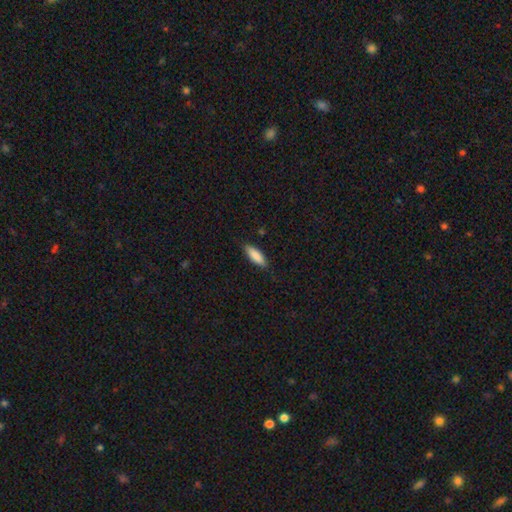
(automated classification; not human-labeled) This is clearly a smooth galaxy (87%). How rounded: possibly in between (56%). Merging: clearly none (85%).